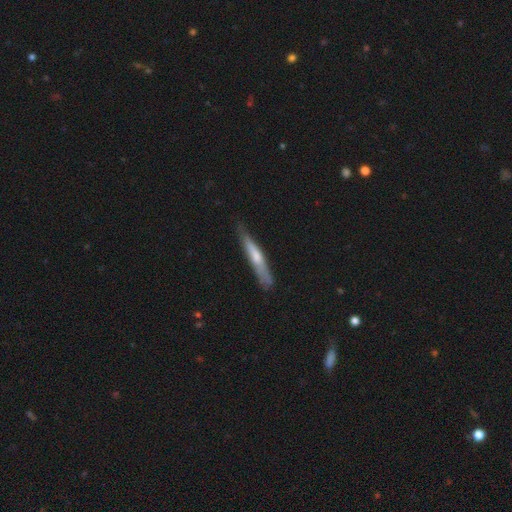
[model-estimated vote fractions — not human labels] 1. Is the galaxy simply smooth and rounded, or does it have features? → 49% smooth, 45% featured or disk, 6% star or artifact.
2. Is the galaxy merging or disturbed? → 75% none, 20% minor disturbance, 4% major disturbance, 2% merger.